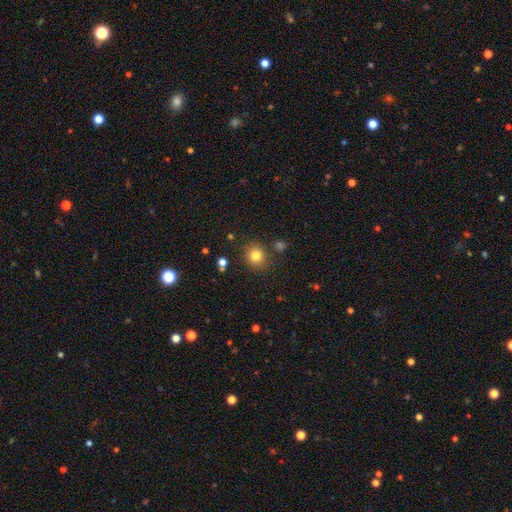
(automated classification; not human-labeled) smooth-or-featured: smooth: 81% | star or artifact: 13% | featured or disk: 6%
  how-rounded: round: 88% | in between: 12% | cigar-shaped: 1%
  merging: none: 85% | minor disturbance: 8% | merger: 4% | major disturbance: 3%